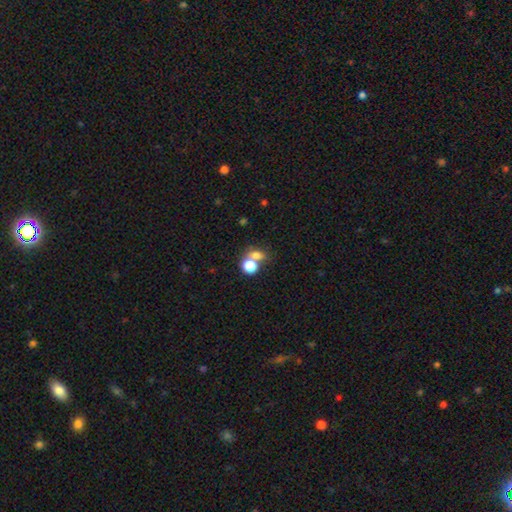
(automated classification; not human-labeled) A smooth galaxy with no disk features (73%) that is round (55%).

Vote fractions:
- Smooth or featured? smooth: 73% / star or artifact: 15% / featured or disk: 11%
- How rounded? round: 55% / in between: 43% / cigar-shaped: 2%
- Merging? merger: 48% / none: 39% / minor disturbance: 8% / major disturbance: 5%